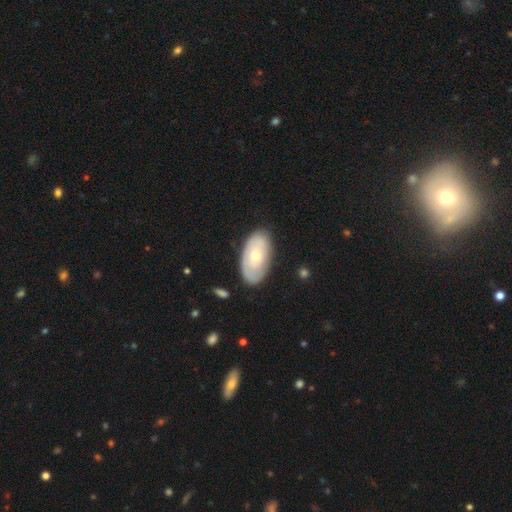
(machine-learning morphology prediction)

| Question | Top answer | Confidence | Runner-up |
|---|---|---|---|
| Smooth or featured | smooth | 48% | featured or disk (47%) |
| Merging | none | 78% | minor disturbance (16%) |